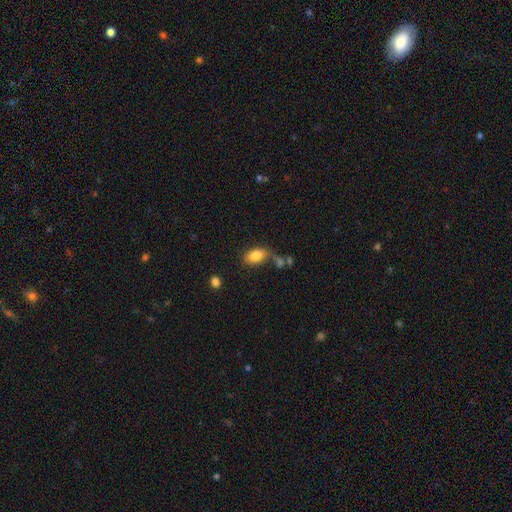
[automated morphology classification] This is clearly a smooth galaxy (83%). How rounded: clearly in between (90%). Merging: possibly none (58%).